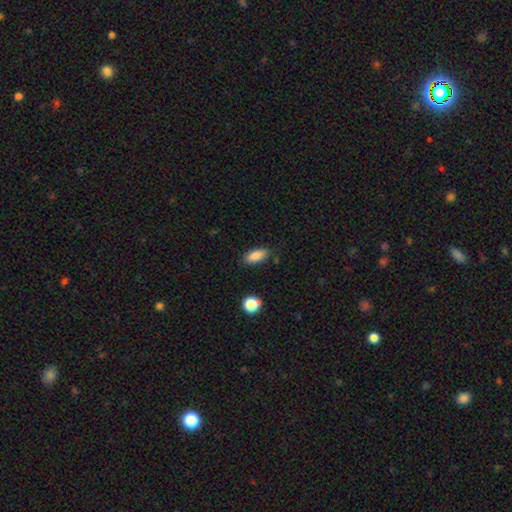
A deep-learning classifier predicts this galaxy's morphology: This appears to be a smooth galaxy with no disk features (86%) that is in between round and cigar-shaped (84%). Merging: none (82%).